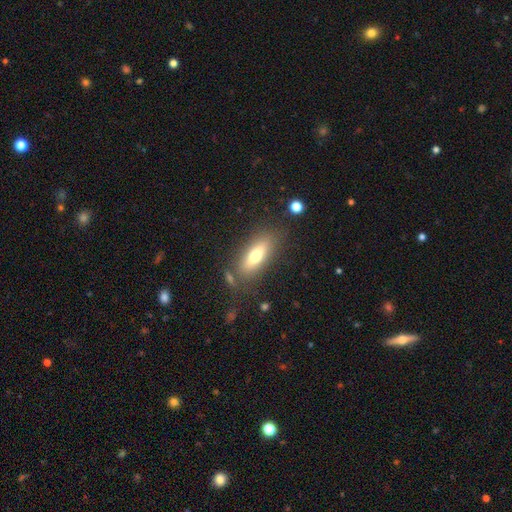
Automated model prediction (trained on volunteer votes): Smooth or featured? smooth (70%)
How rounded? in between (64%)
Merging? none (78%)